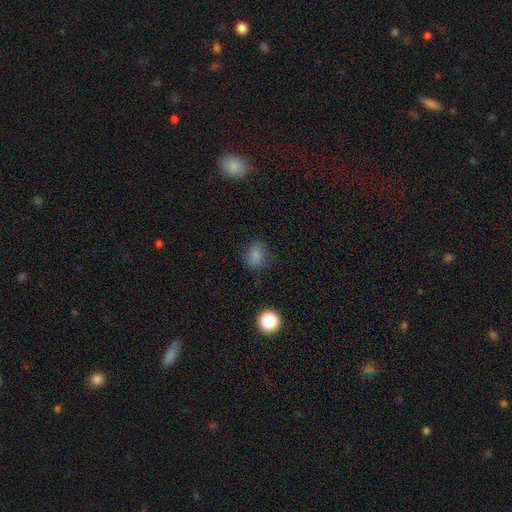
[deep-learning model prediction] Smooth or featured? Predicted: smooth (p=0.79). How rounded? Predicted: round (p=0.58). Merging? Predicted: none (p=0.68).